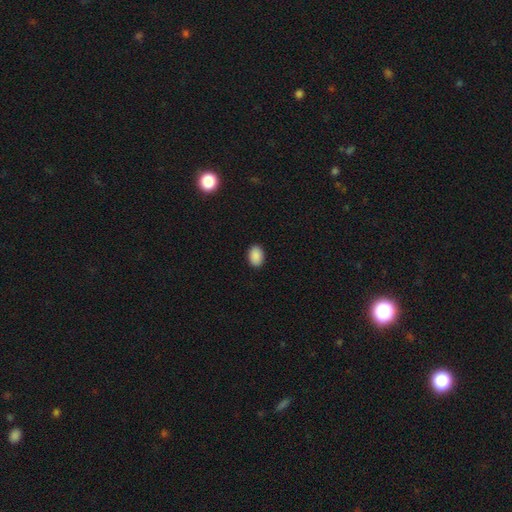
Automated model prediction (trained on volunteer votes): Smooth or featured: smooth — 90% (star or artifact — 8%)
How rounded: in between — 82% (round — 17%)
Merging: none — 90% (minor disturbance — 7%)